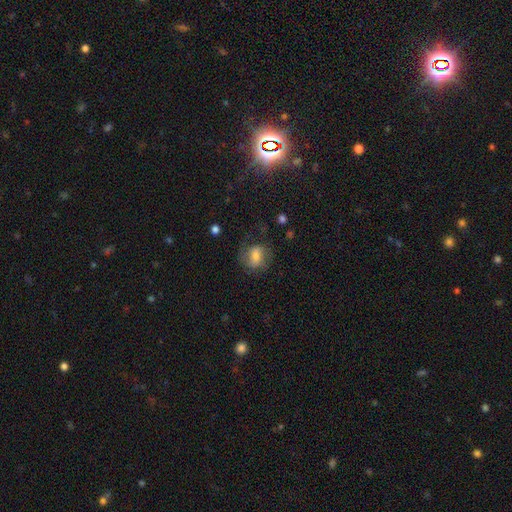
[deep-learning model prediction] smooth 56%, featured or disk 35%, star or artifact 9%. Down the decision tree: how rounded — round (56%); merging — none (67%).